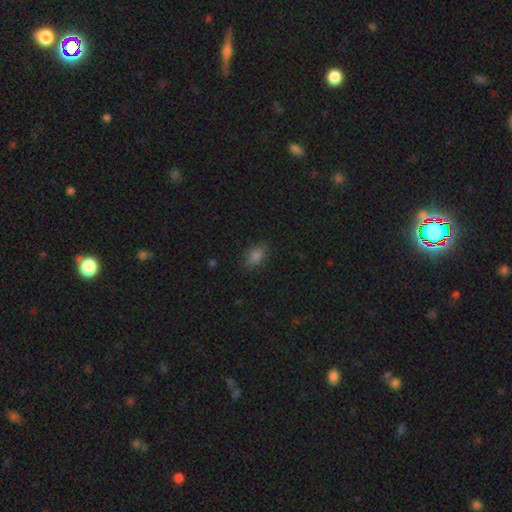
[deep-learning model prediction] The model was most divided on "smooth or featured": smooth: 79%, star or artifact: 14%, featured or disk: 6%. More confident: how rounded — in between (85%); merging — none (82%).